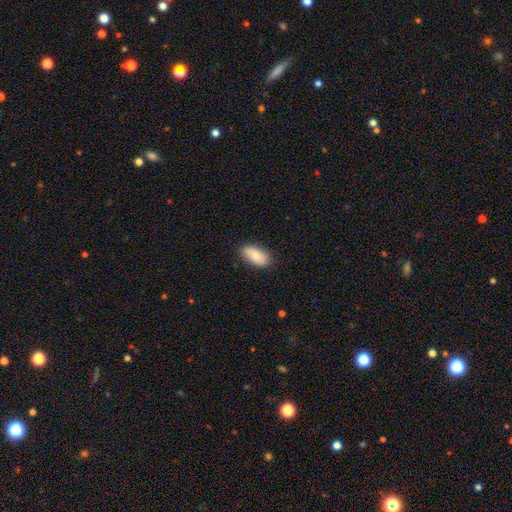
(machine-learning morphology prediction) Smooth or featured?
  - smooth: 79% *
  - featured or disk: 15%
  - star or artifact: 6%
How rounded?
  - in between: 92% *
  - cigar-shaped: 5%
  - round: 3%
Merging?
  - none: 83% *
  - minor disturbance: 13%
  - major disturbance: 2%
  - merger: 1%